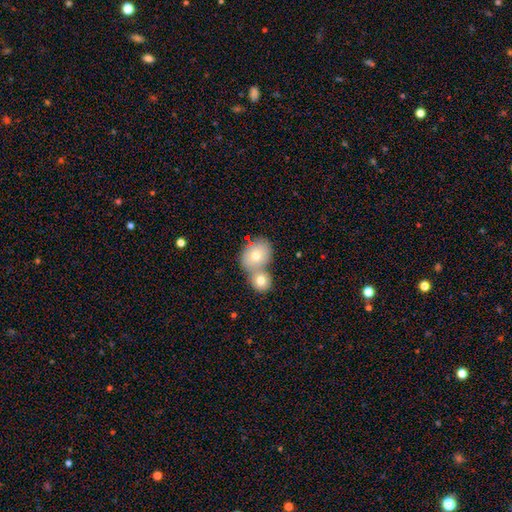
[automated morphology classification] Smooth or featured? Predicted: smooth (p=0.71). How rounded? Predicted: round (p=0.59). Merging? Predicted: merger (p=0.57).